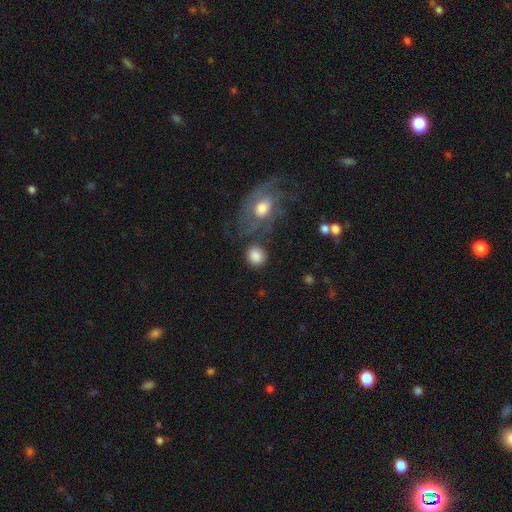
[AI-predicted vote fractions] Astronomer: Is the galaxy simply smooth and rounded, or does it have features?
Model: smooth — 85%.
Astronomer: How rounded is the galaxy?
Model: round — 79%.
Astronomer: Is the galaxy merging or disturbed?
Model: none — 70%.